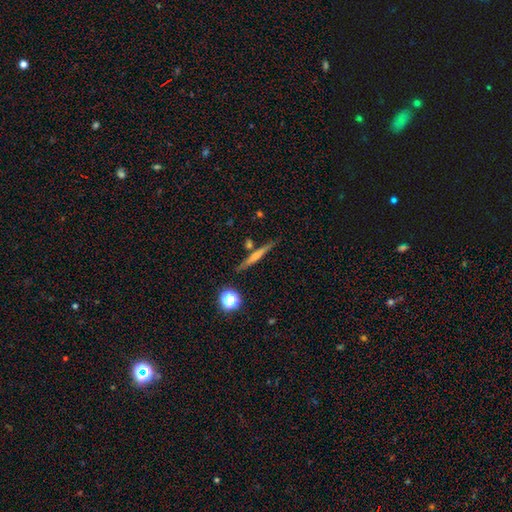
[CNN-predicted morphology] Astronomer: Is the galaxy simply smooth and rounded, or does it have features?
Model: smooth — 49% (runner-up: featured or disk, 42%).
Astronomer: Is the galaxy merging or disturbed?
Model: none — 80%.